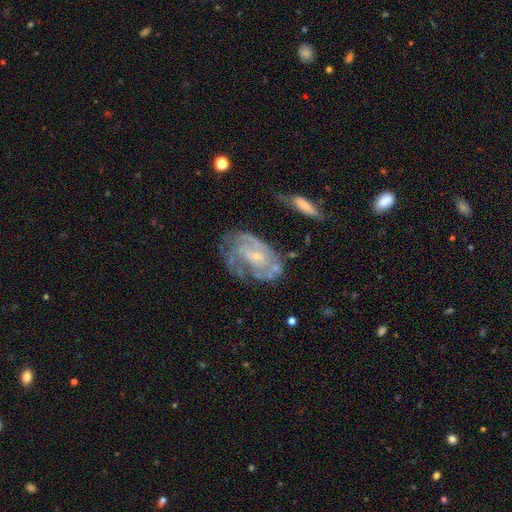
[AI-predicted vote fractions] The model was most divided on "spiral arm count": can't tell: 46%, 2: 27%, 3: 13%, 1: 6%, 4: 5%, more than 4: 3%. More confident: edge-on disk — no (96%); spiral arms — yes (80%); smooth or featured — featured or disk (78%); bulge size — small (74%); bar — no (64%); spiral winding — tight (54%); merging — none (50%).